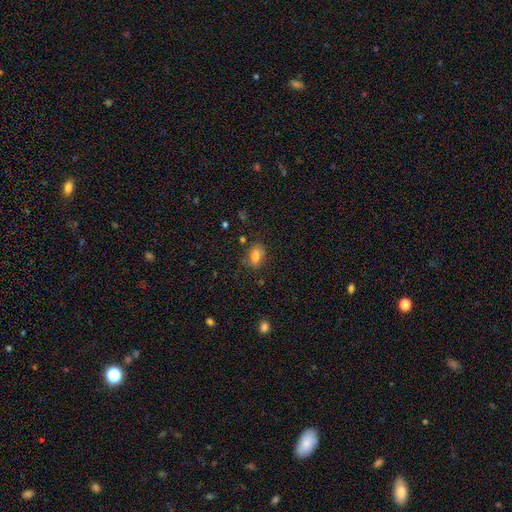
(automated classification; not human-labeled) Smooth or featured? smooth (78%)
How rounded? in between (82%)
Merging? none (73%)